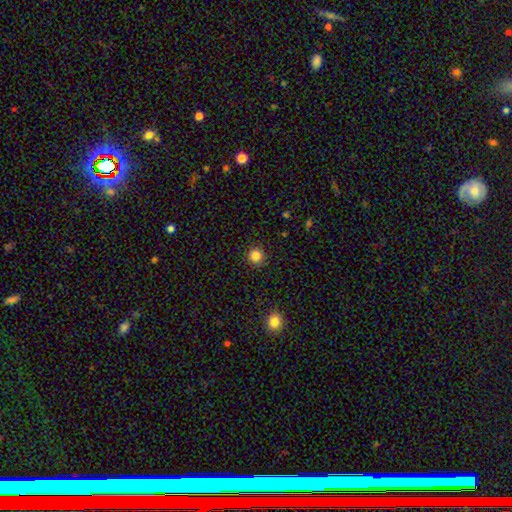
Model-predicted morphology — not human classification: This appears to be a smooth galaxy with no disk features (84%) that is round (94%). Merging: none (90%).